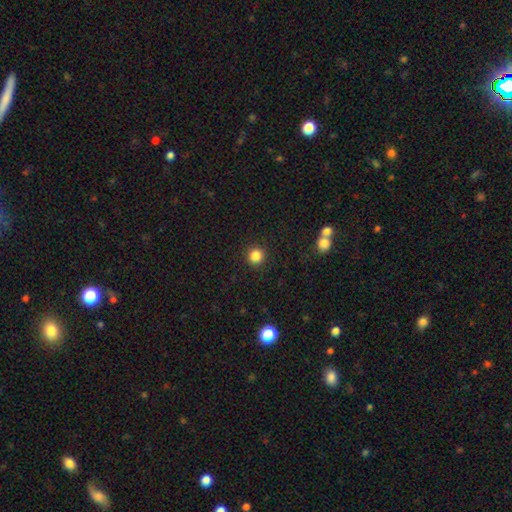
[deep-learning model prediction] The model was most divided on "smooth or featured": smooth: 85%, star or artifact: 11%, featured or disk: 4%. More confident: how rounded — round (92%); merging — none (91%).